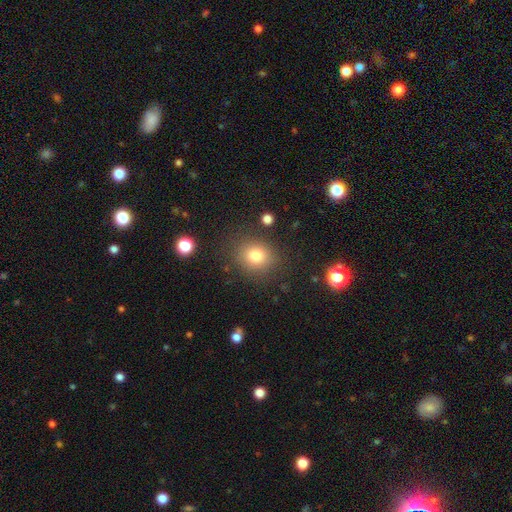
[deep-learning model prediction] smooth_or_featured: smooth (p=0.79) [alt: star or artifact p=0.13]
how_rounded: round (p=0.73) [alt: in between p=0.26]
merging: none (p=0.83) [alt: minor disturbance p=0.10]